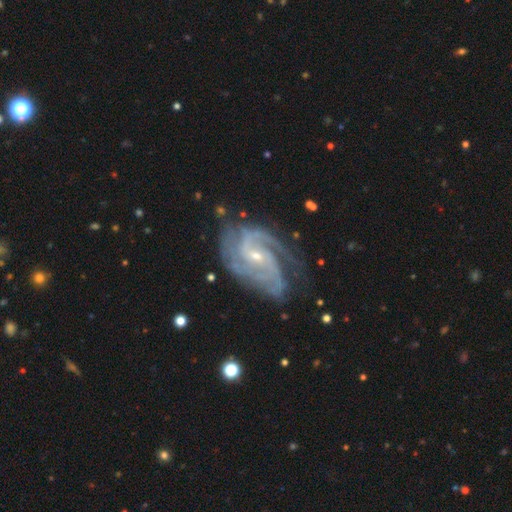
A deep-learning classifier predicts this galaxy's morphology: A featured or disk galaxy (92%) with no bar (45%), 3 (34%) tight (50%) spiral arms (98%) and a small central bulge (73%). Merging: none (66%).